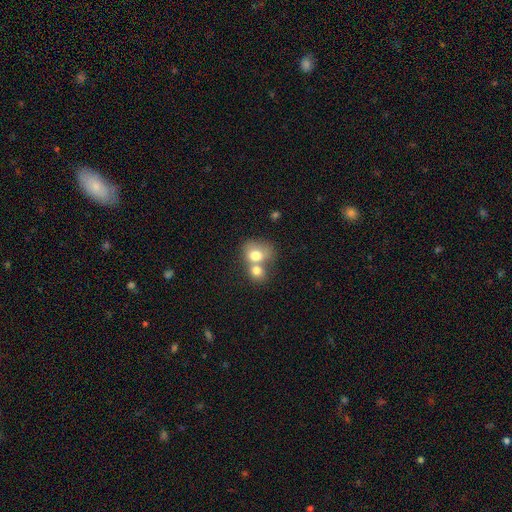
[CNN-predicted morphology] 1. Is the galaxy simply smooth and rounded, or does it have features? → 72% smooth, 19% featured or disk, 9% star or artifact.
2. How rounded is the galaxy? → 50% round, 49% in between, 1% cigar-shaped.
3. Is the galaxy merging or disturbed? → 65% merger, 23% none, 8% minor disturbance, 4% major disturbance.